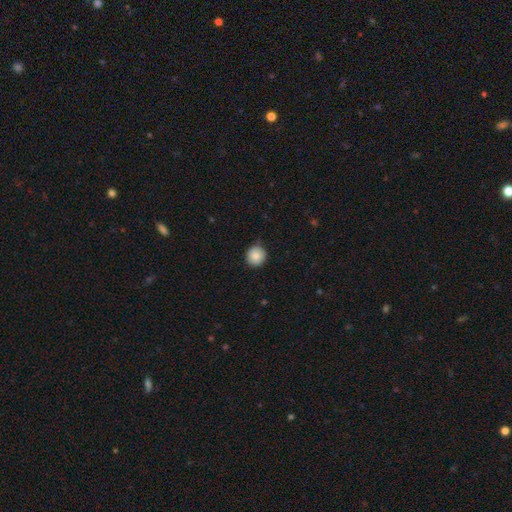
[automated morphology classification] Smooth or featured?
  - smooth: 85% *
  - star or artifact: 8%
  - featured or disk: 6%
How rounded?
  - round: 94% *
  - in between: 5%
  - cigar-shaped: 1%
Merging?
  - none: 85% *
  - minor disturbance: 11%
  - major disturbance: 2%
  - merger: 1%